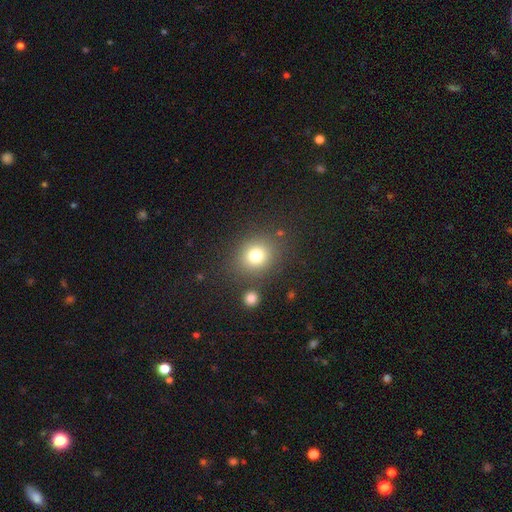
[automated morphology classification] smooth-or-featured: smooth: 77% | star or artifact: 14% | featured or disk: 9%
  how-rounded: round: 76% | in between: 23% | cigar-shaped: 1%
  merging: none: 80% | minor disturbance: 9% | merger: 6% | major disturbance: 4%